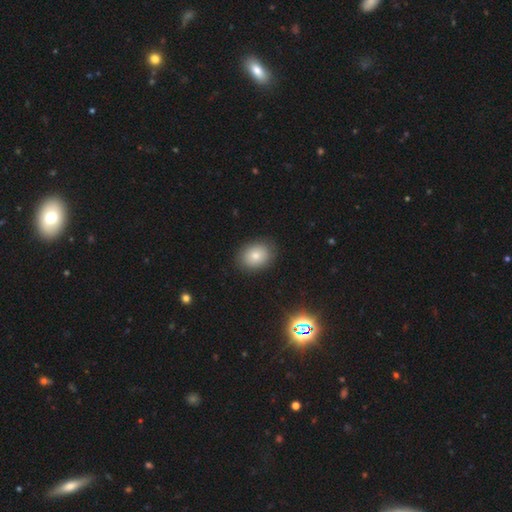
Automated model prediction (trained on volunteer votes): smooth 80%, featured or disk 10%, star or artifact 10%. Down the decision tree: how rounded — in between (59%); merging — none (87%).